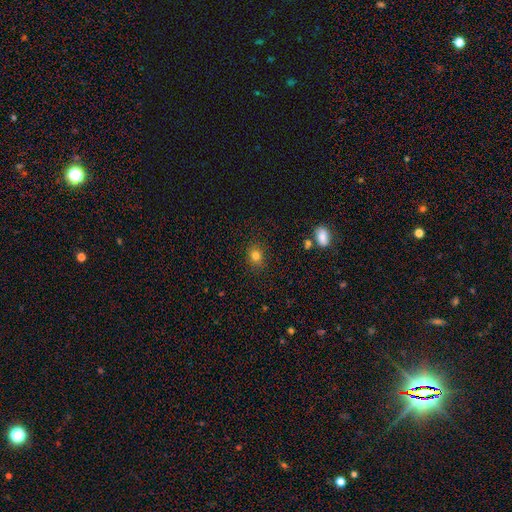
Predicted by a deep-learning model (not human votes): Overall: smooth (80%). How rounded: round (62%; in between 37%). Merging: none (87%).